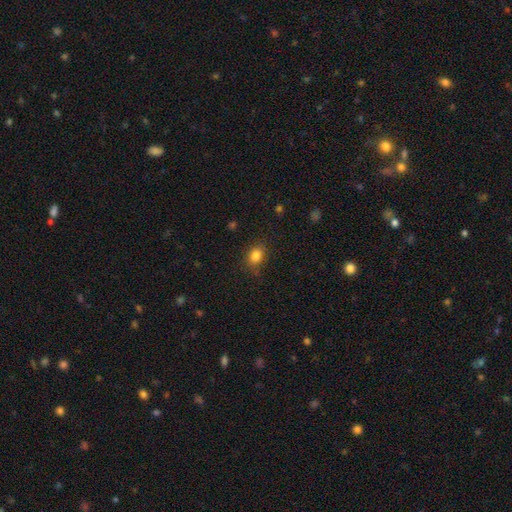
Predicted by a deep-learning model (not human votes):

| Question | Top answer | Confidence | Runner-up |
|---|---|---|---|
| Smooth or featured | smooth | 83% | star or artifact (11%) |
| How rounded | in between | 63% | round (36%) |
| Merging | none | 80% | minor disturbance (15%) |